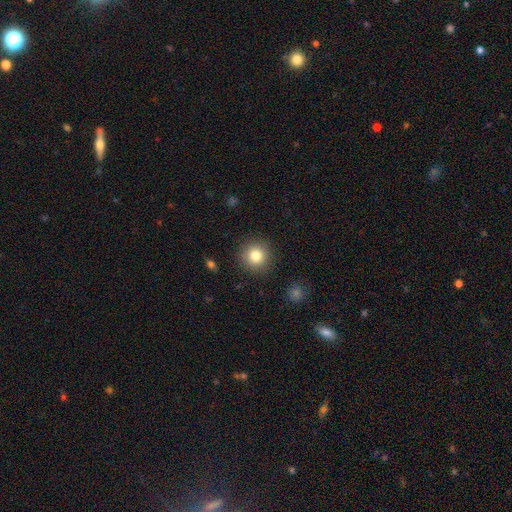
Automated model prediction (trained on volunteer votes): Smooth or featured?
  - smooth: 81% *
  - star or artifact: 11%
  - featured or disk: 8%
How rounded?
  - round: 94% *
  - in between: 5%
  - cigar-shaped: 1%
Merging?
  - none: 90% *
  - minor disturbance: 7%
  - major disturbance: 2%
  - merger: 1%